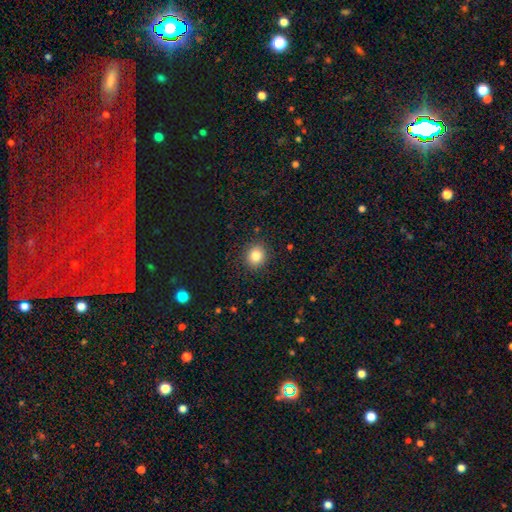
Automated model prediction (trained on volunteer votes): Morphology: type=smooth (83%); roundness=round (82%); merging=none (90%).